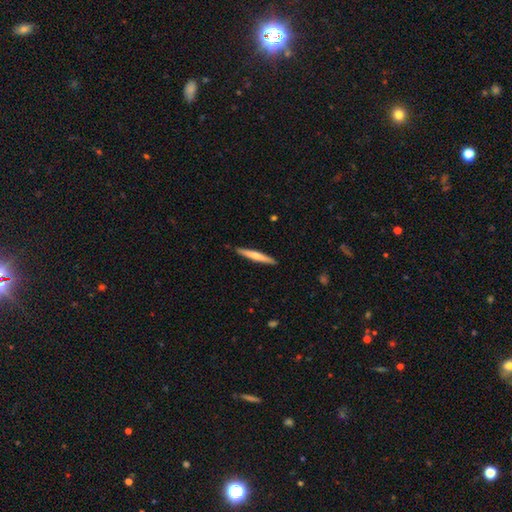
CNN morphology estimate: The model was most divided on "smooth or featured": smooth: 56%, featured or disk: 39%, star or artifact: 5%. More confident: how rounded — cigar-shaped (95%); merging — none (90%).